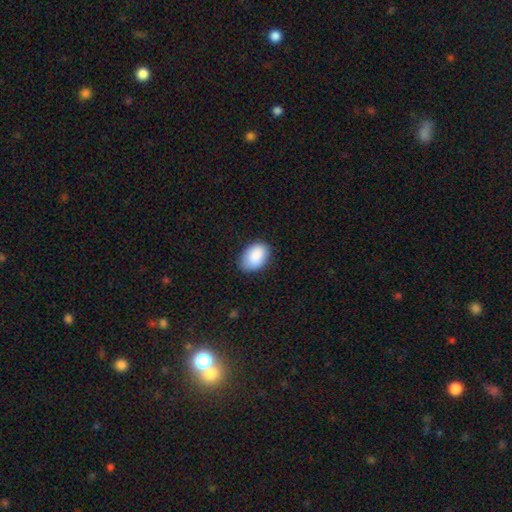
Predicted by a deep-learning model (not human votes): Q: Smooth or featured?
A: smooth (89%); runner-up: star or artifact (6%)
Q: How rounded?
A: in between (86%); runner-up: round (13%)
Q: Merging?
A: none (79%); runner-up: minor disturbance (17%)